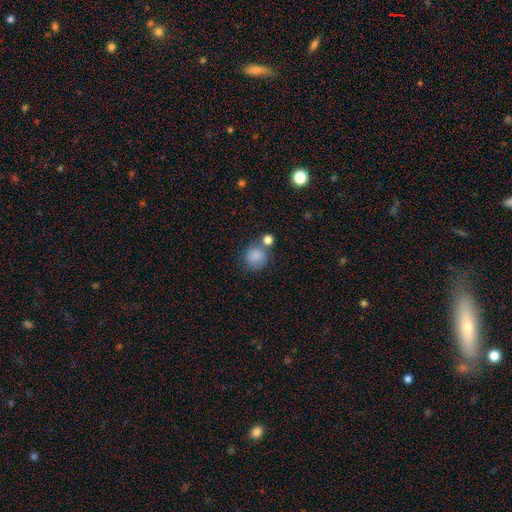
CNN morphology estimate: smooth-or-featured: smooth: 83% | star or artifact: 9% | featured or disk: 8%
  how-rounded: round: 87% | in between: 12% | cigar-shaped: 1%
  merging: none: 57% | merger: 22% | minor disturbance: 14% | major disturbance: 6%